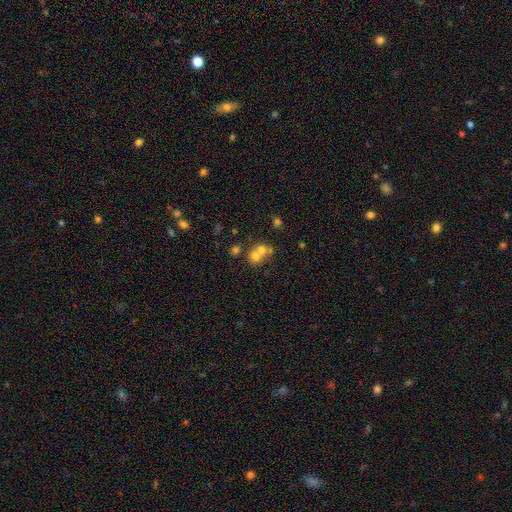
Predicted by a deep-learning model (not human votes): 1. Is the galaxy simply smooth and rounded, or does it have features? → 65% smooth, 21% featured or disk, 14% star or artifact.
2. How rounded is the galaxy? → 76% round, 23% in between, 1% cigar-shaped.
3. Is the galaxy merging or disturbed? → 62% merger, 29% none, 5% minor disturbance, 3% major disturbance.